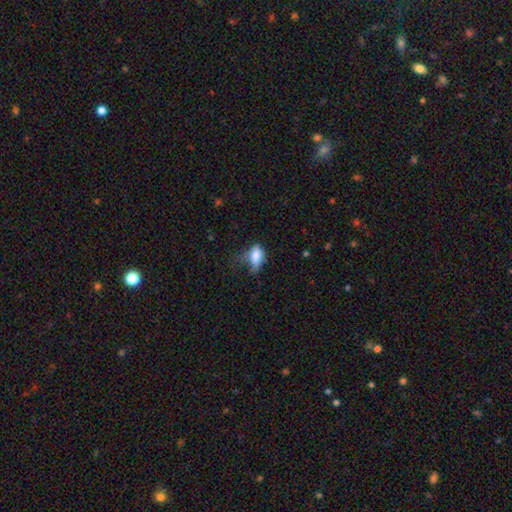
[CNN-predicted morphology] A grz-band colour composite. It shows a smooth galaxy with no disk features (74%) that is in between round and cigar-shaped (87%). Merging: major disturbance (43%).